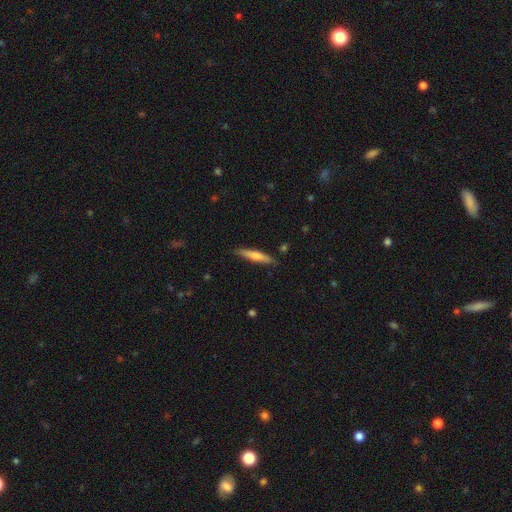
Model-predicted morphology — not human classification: This is likely a smooth galaxy (67%). How rounded: clearly cigar-shaped (90%). Merging: clearly none (86%).